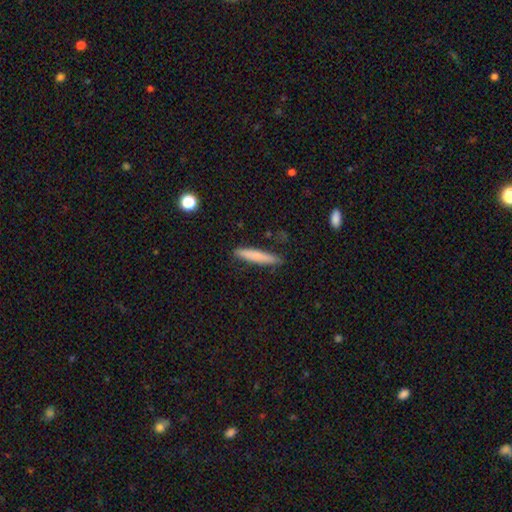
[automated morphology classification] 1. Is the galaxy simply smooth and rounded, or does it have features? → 76% smooth, 17% featured or disk, 6% star or artifact.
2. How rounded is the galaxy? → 92% cigar-shaped, 7% in between, 1% round.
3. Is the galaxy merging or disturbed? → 85% none, 11% minor disturbance, 2% major disturbance, 2% merger.